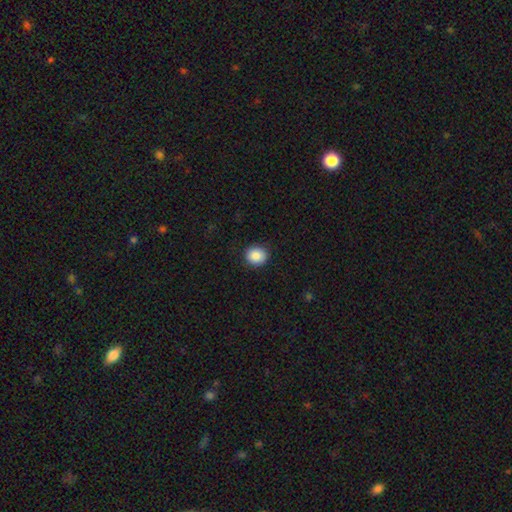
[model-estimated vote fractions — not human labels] Smooth or featured?
  - smooth: 87% *
  - star or artifact: 9%
  - featured or disk: 4%
How rounded?
  - round: 83% *
  - in between: 16%
  - cigar-shaped: 1%
Merging?
  - none: 90% *
  - minor disturbance: 7%
  - major disturbance: 2%
  - merger: 1%